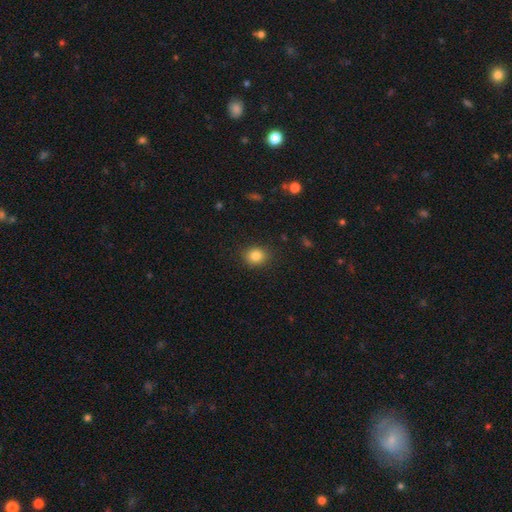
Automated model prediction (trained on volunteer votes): smooth 84%, star or artifact 10%, featured or disk 5%. Down the decision tree: how rounded — round (65%); merging — none (86%).